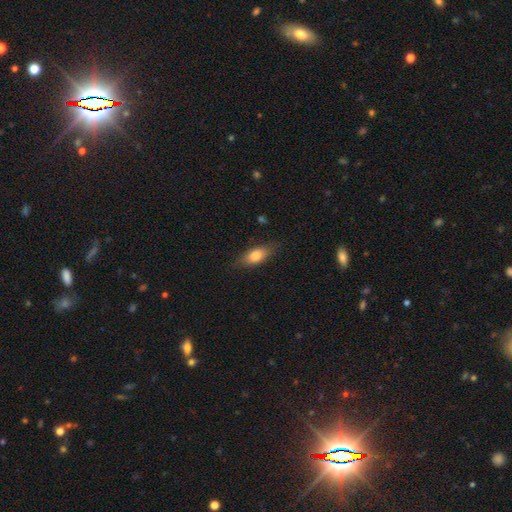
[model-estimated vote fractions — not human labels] smooth 76%, featured or disk 17%, star or artifact 7%. Down the decision tree: how rounded — in between (78%); merging — none (80%).